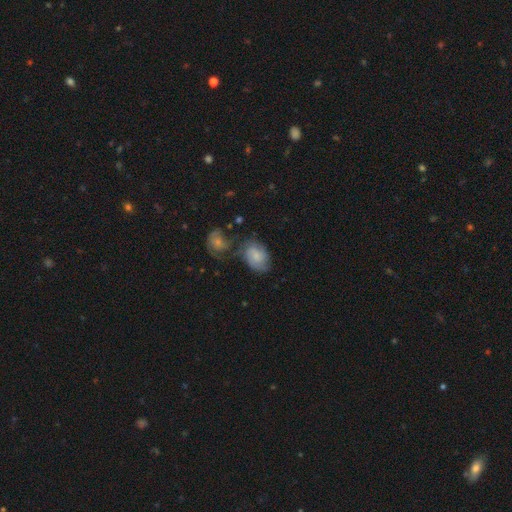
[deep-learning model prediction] This appears to be a smooth galaxy with no disk features (55%) that is in between round and cigar-shaped (76%). Merging: none (45%).